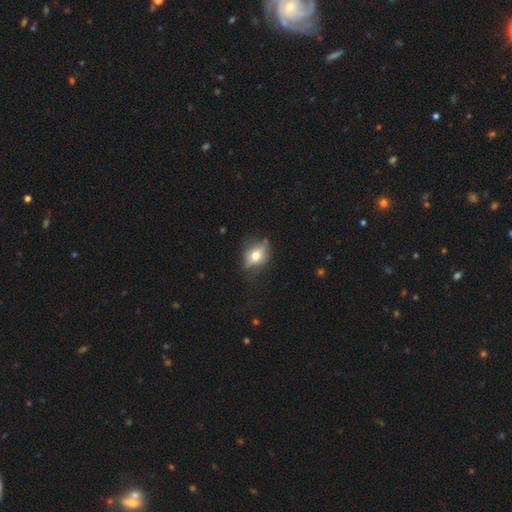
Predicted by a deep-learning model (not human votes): smooth 61%, featured or disk 30%, star or artifact 9%. Down the decision tree: how rounded — in between (63%); merging — none (67%).